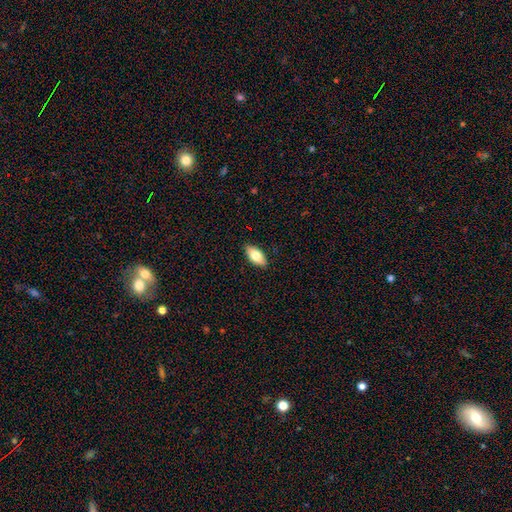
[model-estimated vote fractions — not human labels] Smooth or featured: smooth — 75% (featured or disk — 18%)
How rounded: in between — 87% (cigar-shaped — 10%)
Merging: none — 88% (minor disturbance — 10%)